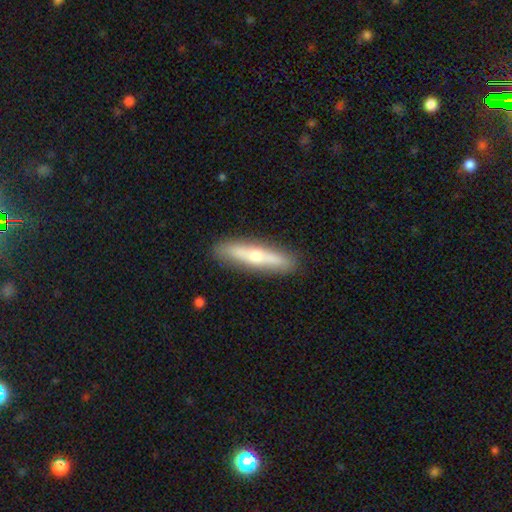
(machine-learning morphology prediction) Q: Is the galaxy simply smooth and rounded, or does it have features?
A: featured or disk — 48%.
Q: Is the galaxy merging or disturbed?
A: none — 88%.